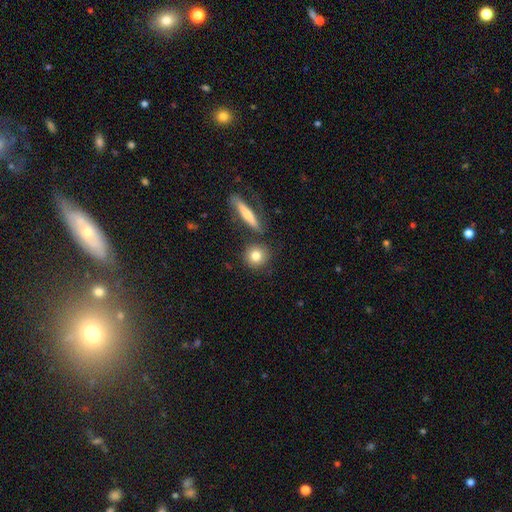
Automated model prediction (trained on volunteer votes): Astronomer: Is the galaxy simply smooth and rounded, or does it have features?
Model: smooth — 80%.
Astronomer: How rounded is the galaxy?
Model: round — 85%.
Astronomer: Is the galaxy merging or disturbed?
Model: none — 80%.